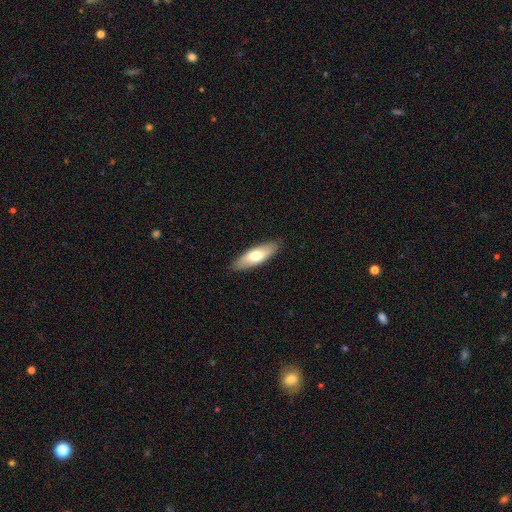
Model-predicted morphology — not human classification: The model was most divided on "how rounded": in between: 56%, cigar-shaped: 42%, round: 2%. More confident: merging — none (89%); smooth or featured — smooth (68%).